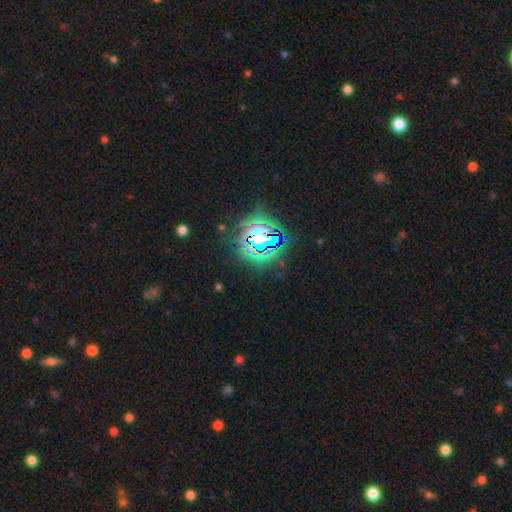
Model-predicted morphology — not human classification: Q: Smooth or featured?
A: star or artifact (82%); runner-up: smooth (11%)